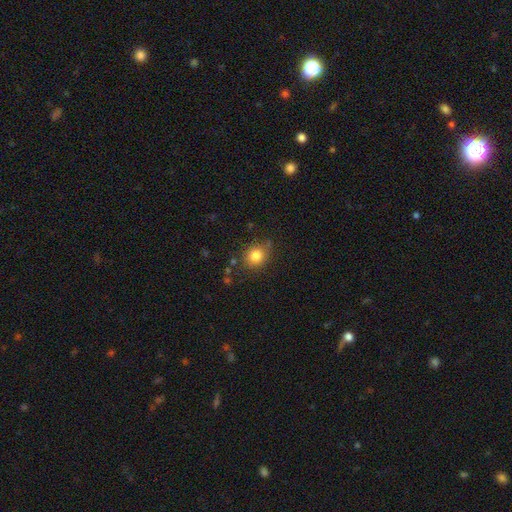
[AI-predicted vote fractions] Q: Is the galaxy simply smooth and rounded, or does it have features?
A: smooth — 83%.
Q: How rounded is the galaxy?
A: round — 76%.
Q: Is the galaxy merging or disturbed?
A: none — 80%.